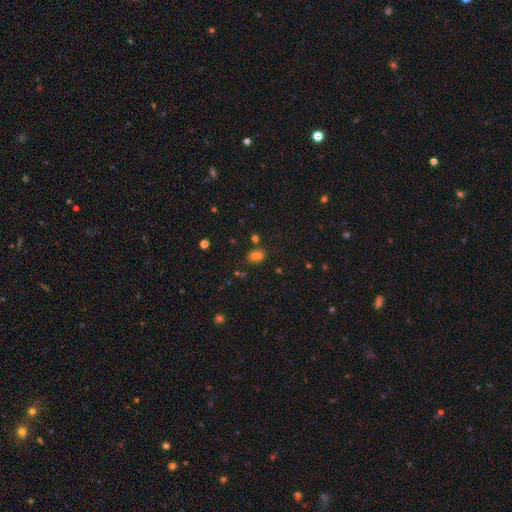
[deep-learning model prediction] A smooth galaxy with no disk features (64%) that is round (55%). Merging: none (48%).